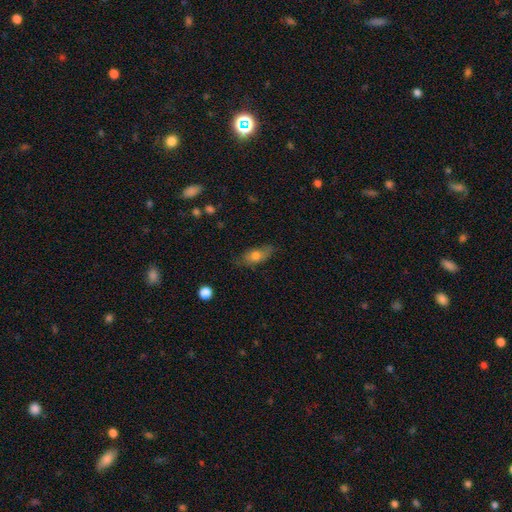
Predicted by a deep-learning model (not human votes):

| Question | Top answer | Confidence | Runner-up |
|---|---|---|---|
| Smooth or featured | smooth | 69% | featured or disk (23%) |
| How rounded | in between | 79% | cigar-shaped (15%) |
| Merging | none | 69% | minor disturbance (23%) |